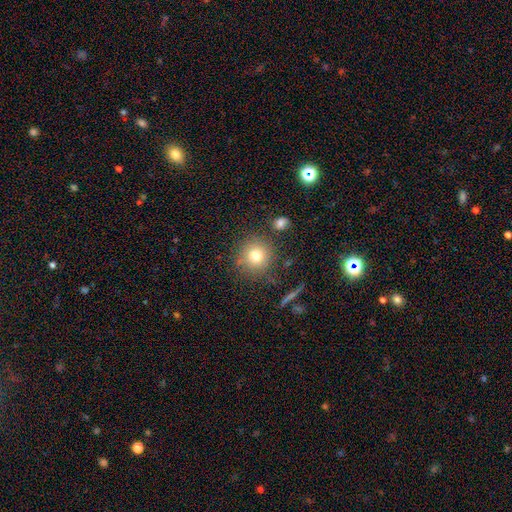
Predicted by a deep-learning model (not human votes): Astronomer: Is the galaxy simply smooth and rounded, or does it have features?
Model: smooth — 76%.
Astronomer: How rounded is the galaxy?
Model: round — 93%.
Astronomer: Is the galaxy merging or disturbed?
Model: none — 82%.